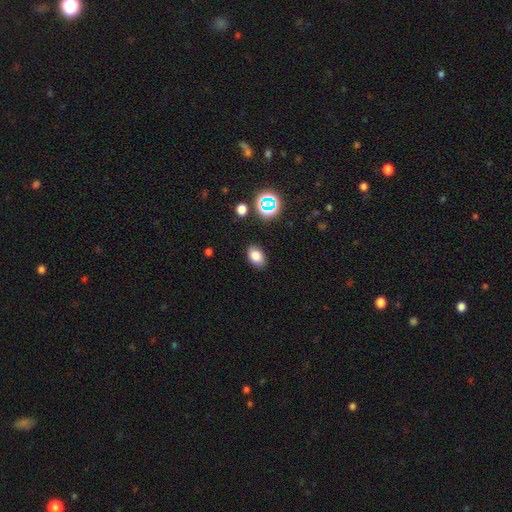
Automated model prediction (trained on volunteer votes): Smooth or featured? Predicted: smooth (p=0.79). How rounded? Predicted: in between (p=0.86). Merging? Predicted: none (p=0.86).